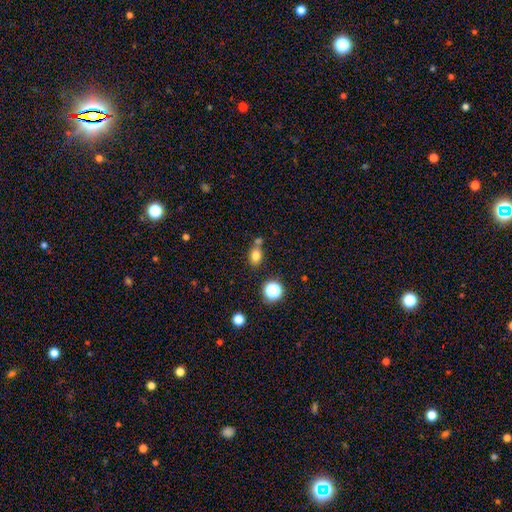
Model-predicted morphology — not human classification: smooth 78%, star or artifact 14%, featured or disk 8%. Down the decision tree: how rounded — in between (63%); merging — none (59%).